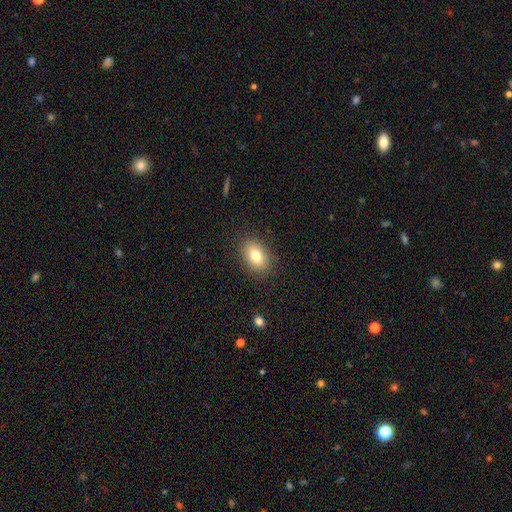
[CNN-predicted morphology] smooth-or-featured: smooth: 79% | featured or disk: 12% | star or artifact: 9%
  how-rounded: in between: 82% | round: 16% | cigar-shaped: 2%
  merging: none: 86% | minor disturbance: 10% | major disturbance: 3% | merger: 1%